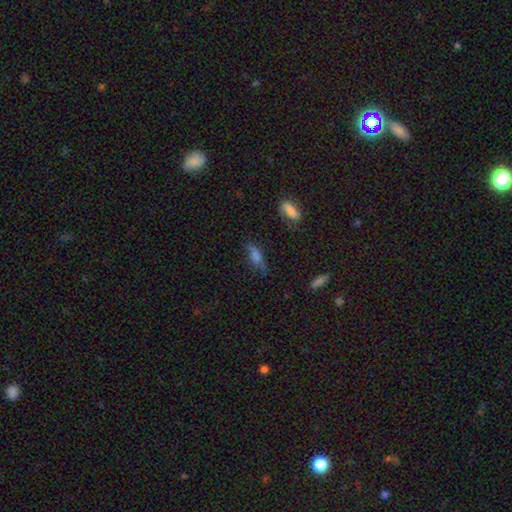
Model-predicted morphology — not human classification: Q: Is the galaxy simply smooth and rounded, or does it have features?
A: smooth — 55%.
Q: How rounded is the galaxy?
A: in between — 53%.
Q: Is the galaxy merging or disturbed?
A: none — 63%.